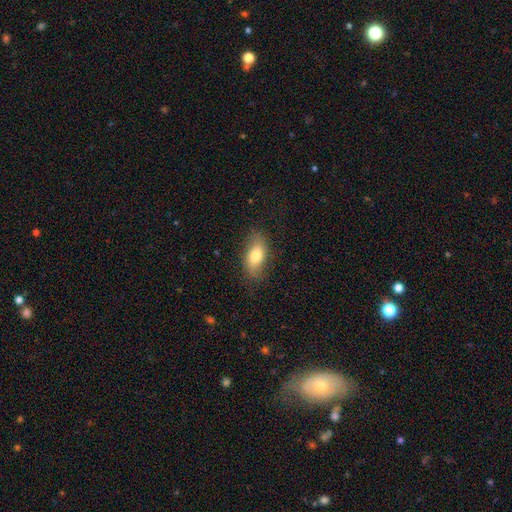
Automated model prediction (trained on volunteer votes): Smooth or featured? smooth (76%)
How rounded? in between (87%)
Merging? none (78%)